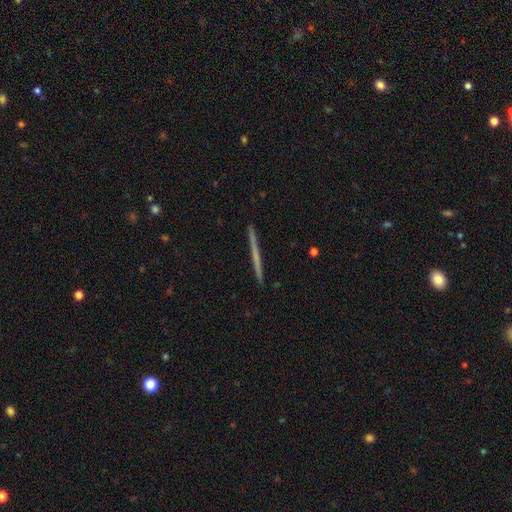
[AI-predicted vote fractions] The model was most divided on "smooth or featured": featured or disk: 53%, smooth: 41%, star or artifact: 6%. More confident: edge-on disk — yes (98%); merging — none (93%); edge-on bulge — none (88%).